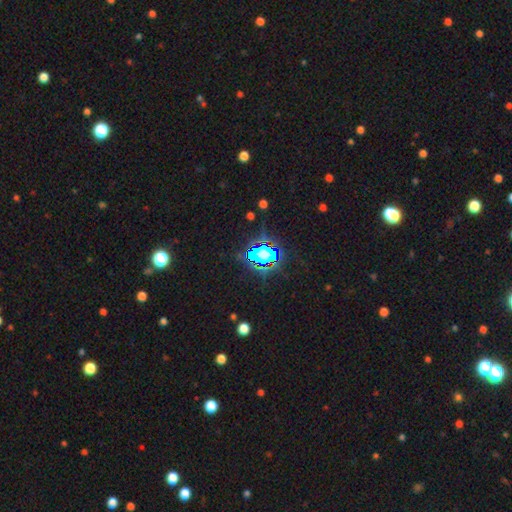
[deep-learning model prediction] This appears to be a star or artifact, not a galaxy (81%).